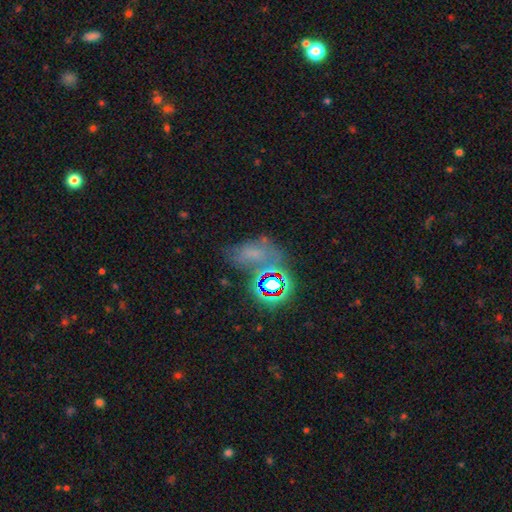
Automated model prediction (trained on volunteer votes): star or artifact 45%, smooth 29%, featured or disk 26%.